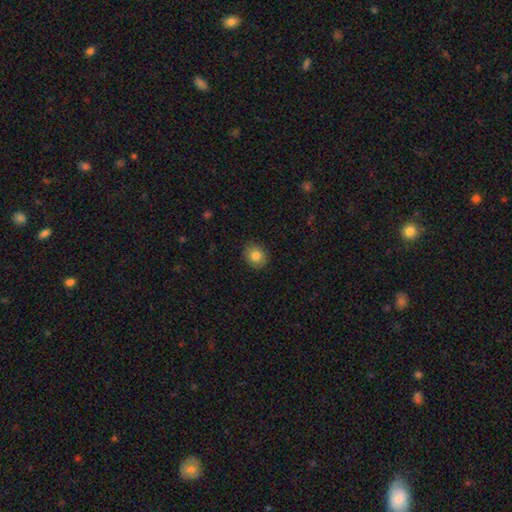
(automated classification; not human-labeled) Smooth or featured?
  - smooth: 81% *
  - featured or disk: 10%
  - star or artifact: 9%
How rounded?
  - round: 64% *
  - in between: 35%
  - cigar-shaped: 1%
Merging?
  - none: 87% *
  - minor disturbance: 10%
  - major disturbance: 2%
  - merger: 1%